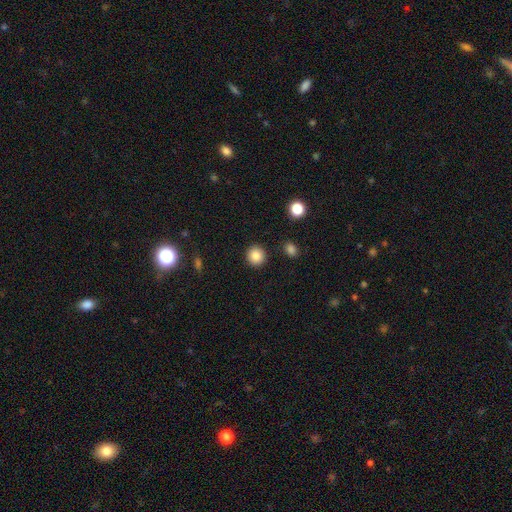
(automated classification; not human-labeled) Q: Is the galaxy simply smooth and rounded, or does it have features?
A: smooth — 85%.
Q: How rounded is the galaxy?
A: round — 93%.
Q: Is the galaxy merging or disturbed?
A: none — 92%.